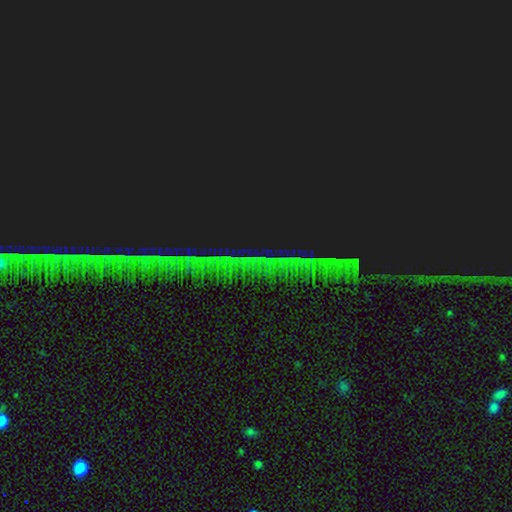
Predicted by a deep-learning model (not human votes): smooth-or-featured: star or artifact: 85% | featured or disk: 8% | smooth: 8%